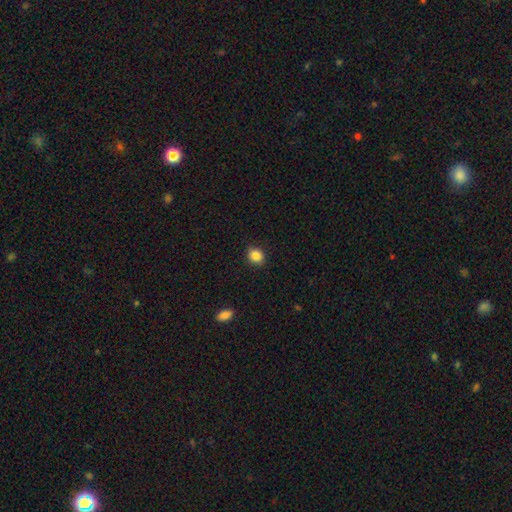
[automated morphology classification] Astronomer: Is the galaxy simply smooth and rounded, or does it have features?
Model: smooth — 86%.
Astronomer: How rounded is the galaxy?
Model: round — 69%.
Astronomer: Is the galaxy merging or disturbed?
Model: none — 90%.